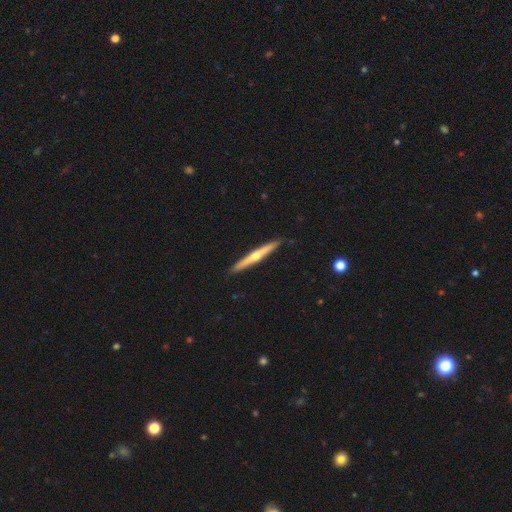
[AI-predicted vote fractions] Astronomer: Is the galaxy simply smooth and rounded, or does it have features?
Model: featured or disk — 68%.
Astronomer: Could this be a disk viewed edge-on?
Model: yes — 97%.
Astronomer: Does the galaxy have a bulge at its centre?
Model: rounded — 88%.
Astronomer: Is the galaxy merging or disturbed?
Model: none — 91%.